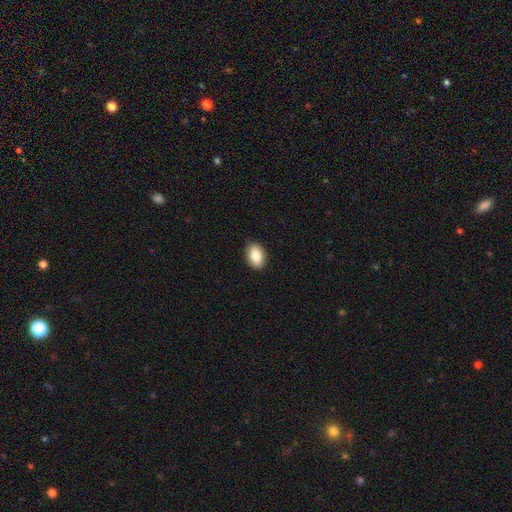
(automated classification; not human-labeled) This appears to be a smooth galaxy with no disk features (84%) that is in between round and cigar-shaped (89%). Merging: none (87%).